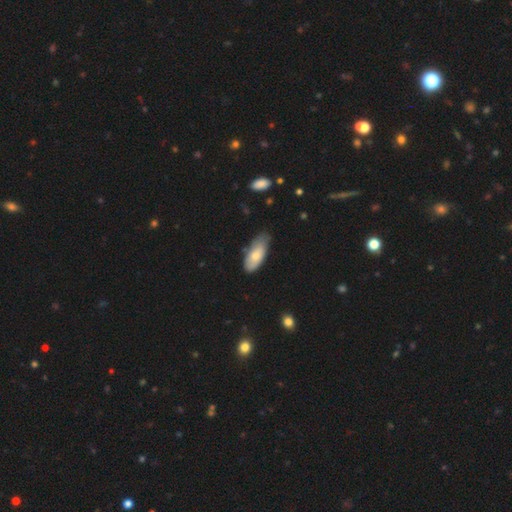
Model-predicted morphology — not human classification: A smooth galaxy with no disk features (72%) that is in between round and cigar-shaped (84%). Merging: none (56%).